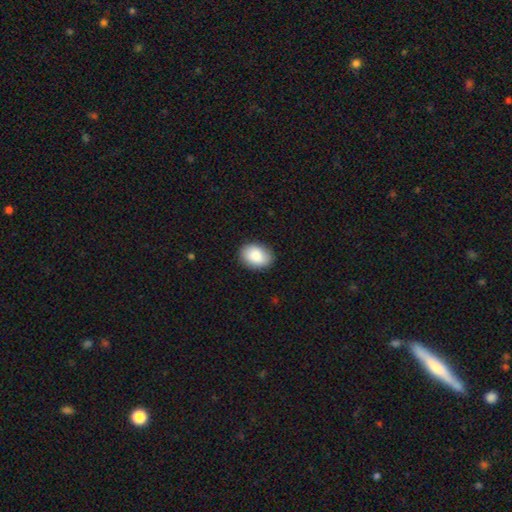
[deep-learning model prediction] This is clearly a smooth galaxy (87%). How rounded: likely in between (72%). Merging: clearly none (86%).